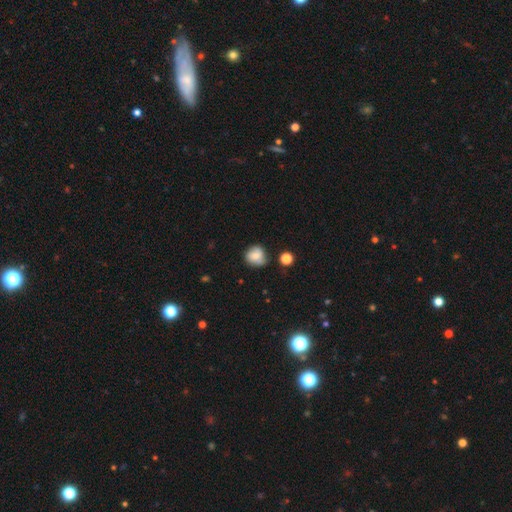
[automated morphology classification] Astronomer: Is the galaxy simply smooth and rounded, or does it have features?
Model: smooth — 65%.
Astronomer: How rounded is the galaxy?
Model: round — 85%.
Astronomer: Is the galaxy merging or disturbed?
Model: none — 69%.